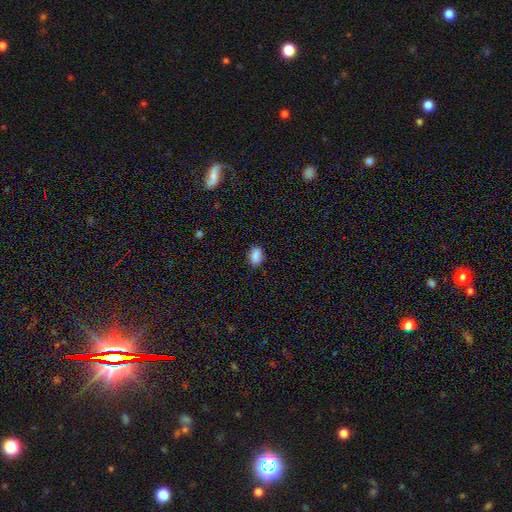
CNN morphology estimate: A smooth galaxy with no disk features (87%) that is in between round and cigar-shaped (82%). Merging: none (83%).